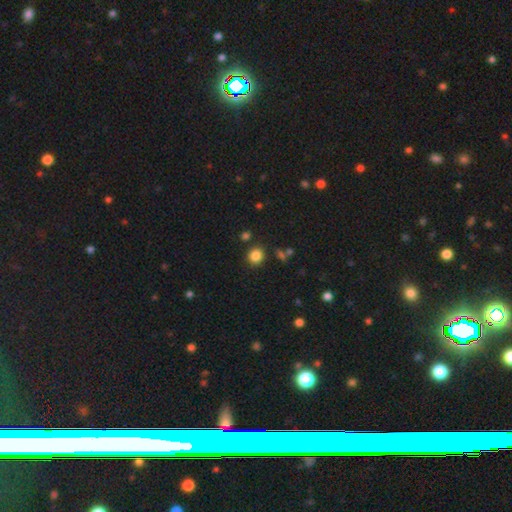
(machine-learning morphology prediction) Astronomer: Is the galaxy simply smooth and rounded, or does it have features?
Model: smooth — 84%.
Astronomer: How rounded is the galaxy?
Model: round — 83%.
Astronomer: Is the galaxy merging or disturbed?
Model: none — 85%.